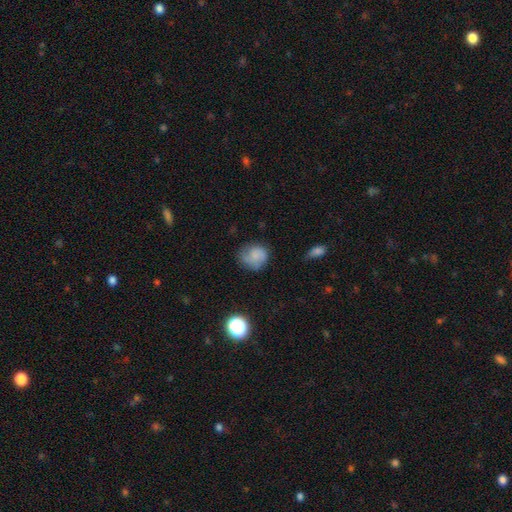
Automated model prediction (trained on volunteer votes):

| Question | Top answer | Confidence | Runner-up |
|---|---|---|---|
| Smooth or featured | smooth | 71% | featured or disk (19%) |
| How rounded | round | 75% | in between (24%) |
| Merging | none | 59% | minor disturbance (27%) |